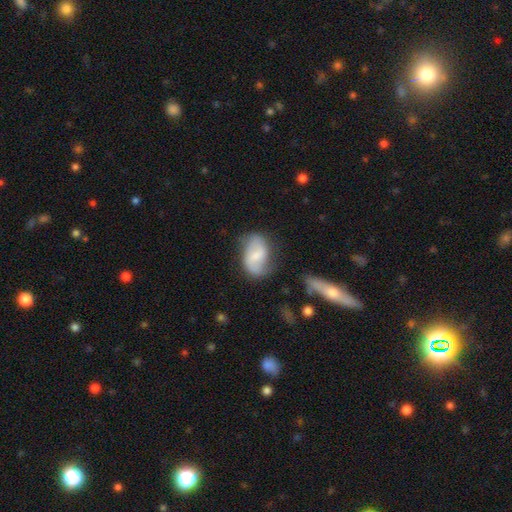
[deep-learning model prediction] A featured or disk galaxy (51%).

Vote fractions:
- Smooth or featured? featured or disk: 51% / smooth: 42% / star or artifact: 7%
- Edge-on disk? no: 96% / yes: 4%
- Merging? none: 60% / minor disturbance: 26% / major disturbance: 10% / merger: 4%